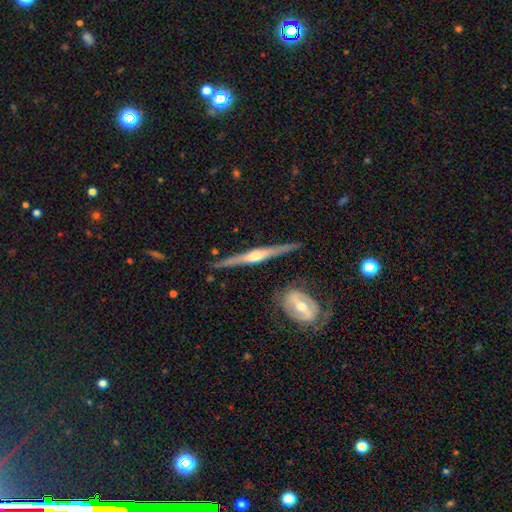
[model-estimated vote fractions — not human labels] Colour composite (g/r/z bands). It shows a featured or disk galaxy (78%) viewed edge-on (97%) with a rounded central bulge (82%). Merging: none (84%).